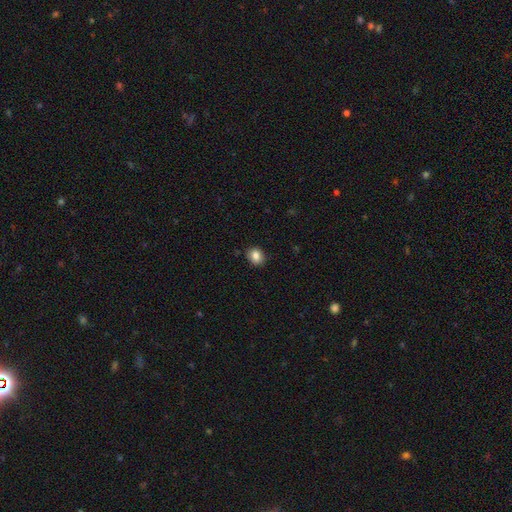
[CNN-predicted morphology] Smooth or featured? Predicted: smooth (p=0.84). How rounded? Predicted: round (p=0.57). Merging? Predicted: none (p=0.87).